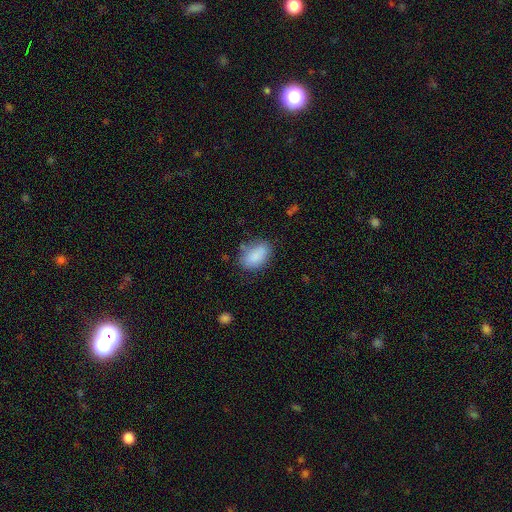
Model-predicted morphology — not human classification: Smooth or featured: smooth — 86% (star or artifact — 7%)
How rounded: in between — 90% (round — 8%)
Merging: none — 74% (minor disturbance — 18%)